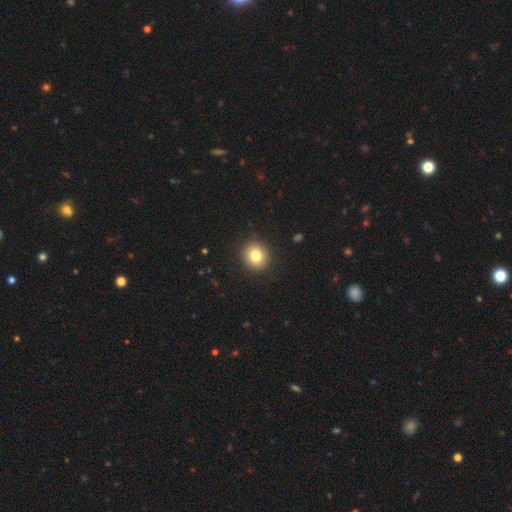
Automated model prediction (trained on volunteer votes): Morphology: type=smooth (81%); roundness=round (86%); merging=none (91%).